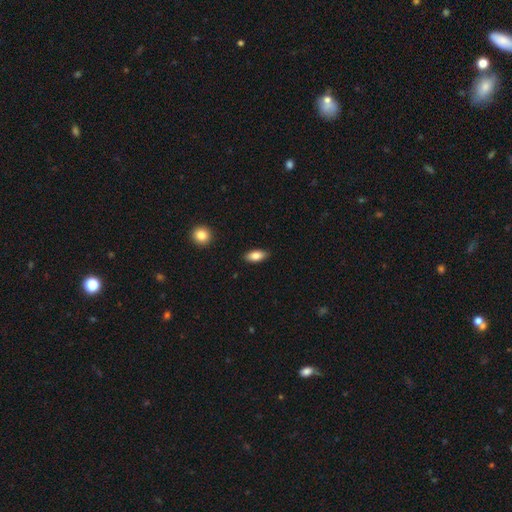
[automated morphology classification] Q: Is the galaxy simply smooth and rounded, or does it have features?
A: smooth — 84%.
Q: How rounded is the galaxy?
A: in between — 88%.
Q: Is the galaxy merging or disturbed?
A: none — 88%.